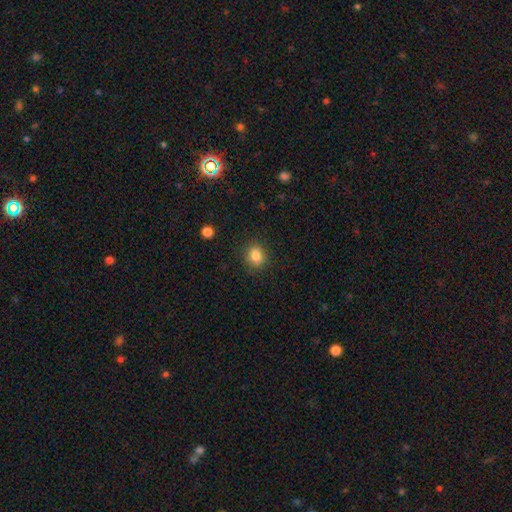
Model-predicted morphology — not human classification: Smooth or featured? smooth (85%)
How rounded? round (58%)
Merging? none (86%)